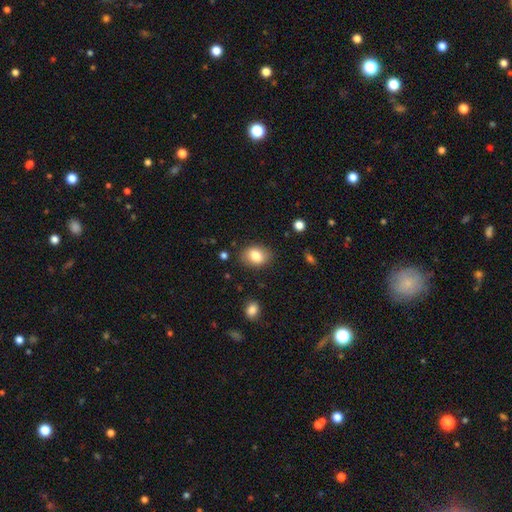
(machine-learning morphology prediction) Smooth or featured? smooth (82%)
How rounded? in between (69%)
Merging? none (84%)